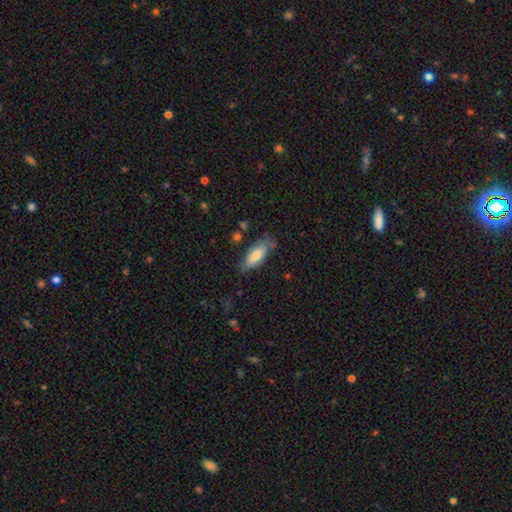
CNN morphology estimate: This appears to be a smooth galaxy with no disk features (74%) that is in between round and cigar-shaped (75%). Merging: none (67%).